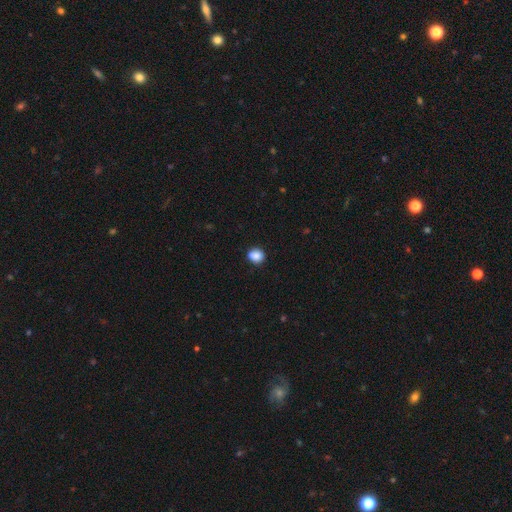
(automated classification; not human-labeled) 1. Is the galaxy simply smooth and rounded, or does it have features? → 87% smooth, 9% star or artifact, 4% featured or disk.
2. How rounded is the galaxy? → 74% round, 25% in between, 1% cigar-shaped.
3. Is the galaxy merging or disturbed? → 84% none, 12% minor disturbance, 2% major disturbance, 1% merger.